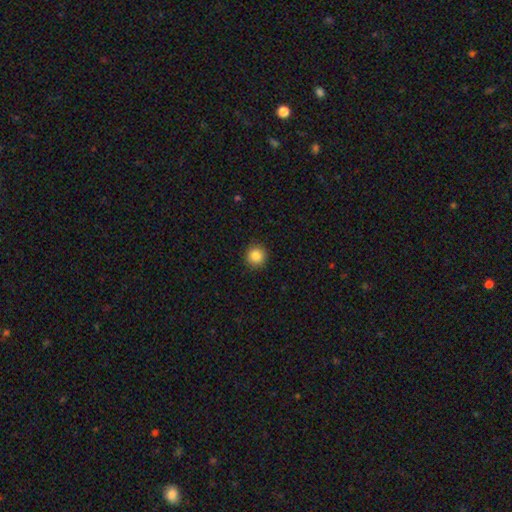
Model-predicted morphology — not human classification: smooth-or-featured: smooth: 85% | star or artifact: 10% | featured or disk: 5%
  how-rounded: round: 93% | in between: 6% | cigar-shaped: 1%
  merging: none: 91% | minor disturbance: 6% | major disturbance: 2% | merger: 1%